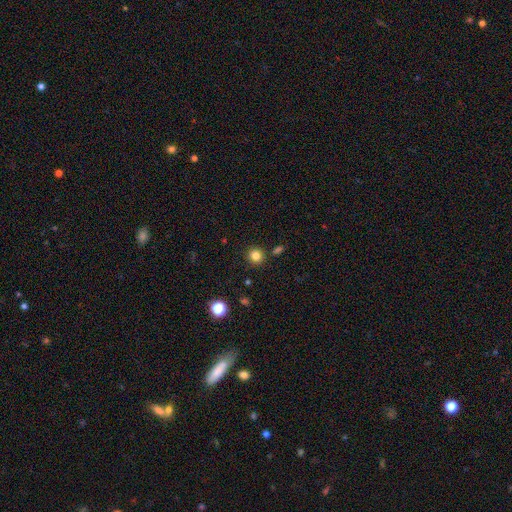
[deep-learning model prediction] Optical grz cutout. It shows a smooth galaxy with no disk features (82%) that is round (92%). Merging: none (88%).